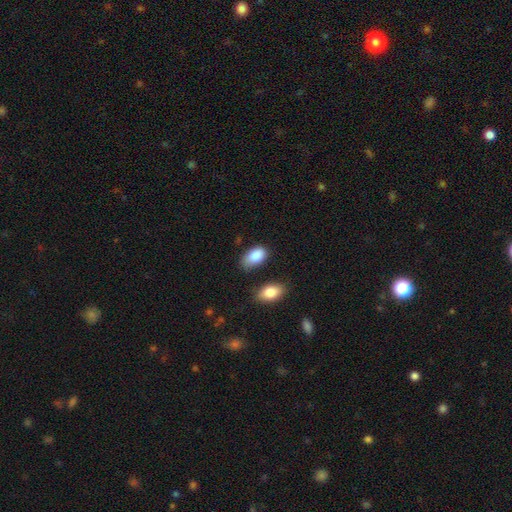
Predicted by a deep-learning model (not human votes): Smooth or featured: smooth — 86% (star or artifact — 7%)
How rounded: in between — 93% (round — 5%)
Merging: none — 57% (minor disturbance — 30%)